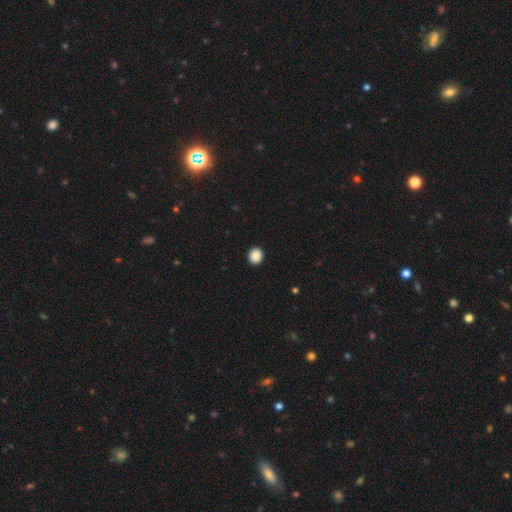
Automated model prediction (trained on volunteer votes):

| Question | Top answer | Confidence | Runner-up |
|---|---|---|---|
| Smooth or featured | smooth | 88% | star or artifact (9%) |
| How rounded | round | 84% | in between (15%) |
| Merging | none | 93% | minor disturbance (4%) |